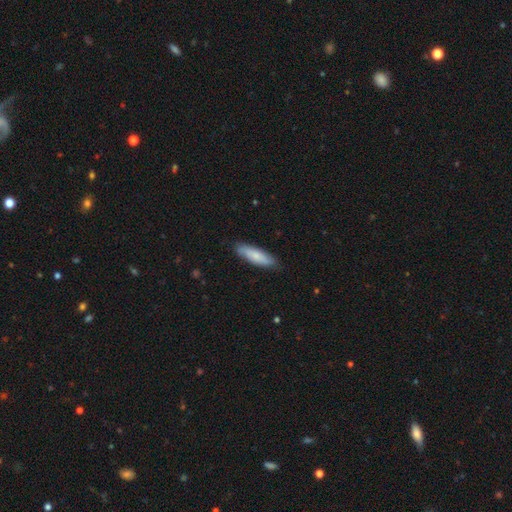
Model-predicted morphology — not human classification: The model was most divided on "how rounded": cigar-shaped: 62%, in between: 37%, round: 2%. More confident: merging — none (83%); smooth or featured — smooth (73%).